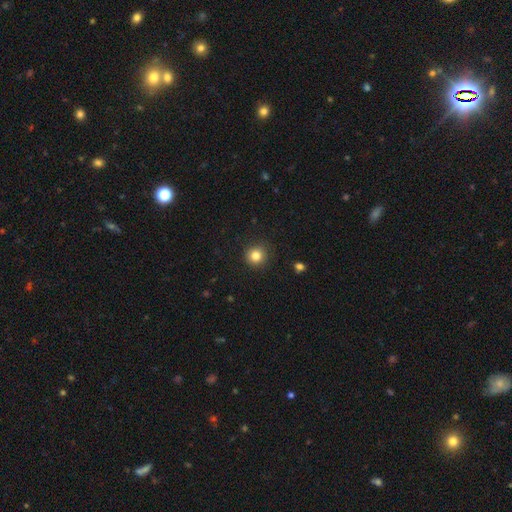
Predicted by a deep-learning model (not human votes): Morphology: type=smooth (83%); roundness=round (93%); merging=none (90%).